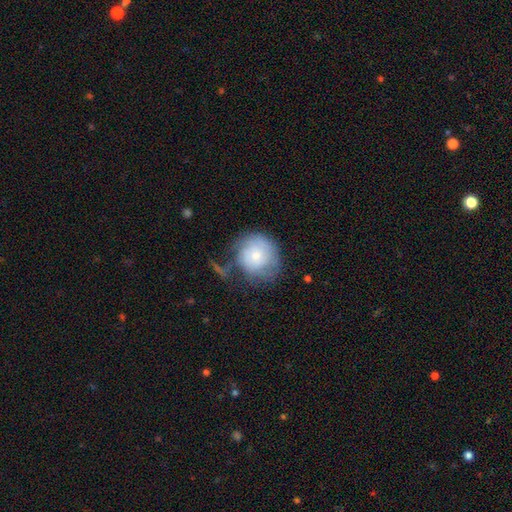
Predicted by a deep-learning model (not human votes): smooth 56%, featured or disk 36%, star or artifact 8%. Down the decision tree: how rounded — round (88%); merging — none (45%).